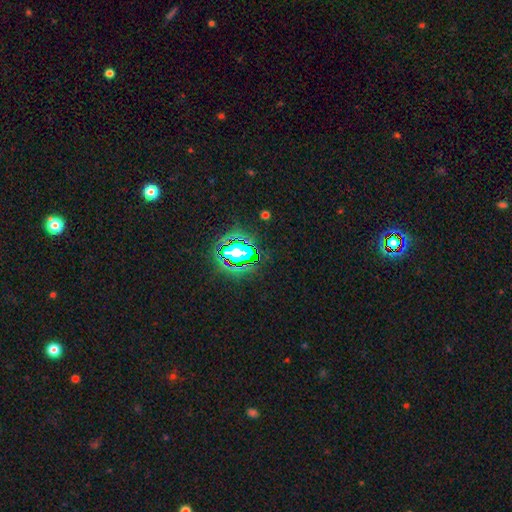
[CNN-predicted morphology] smooth-or-featured: star or artifact: 82% | smooth: 11% | featured or disk: 7%